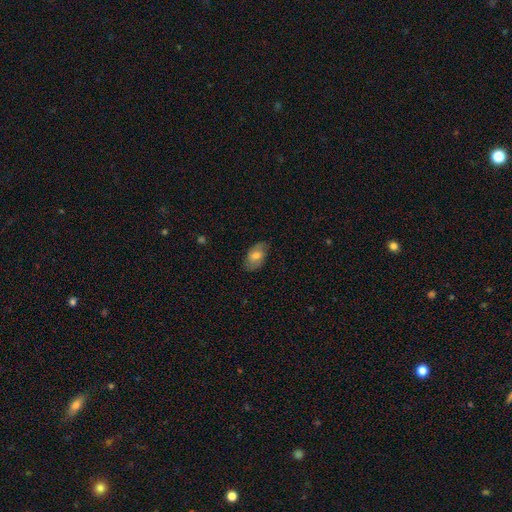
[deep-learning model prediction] A smooth galaxy with no disk features (53%) that is in between round and cigar-shaped (91%). Merging: none (78%).